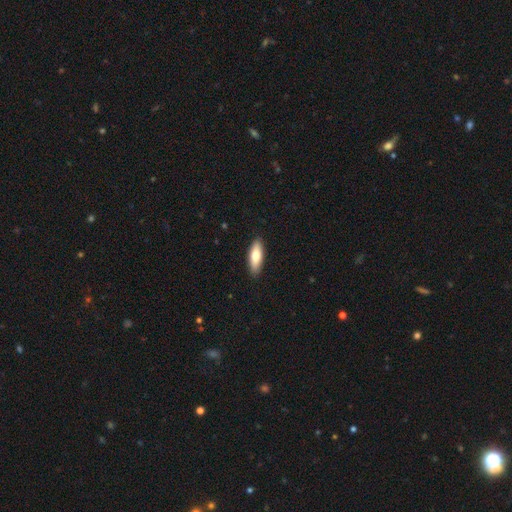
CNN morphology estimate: Smooth or featured? smooth (76%)
How rounded? in between (59%)
Merging? none (89%)